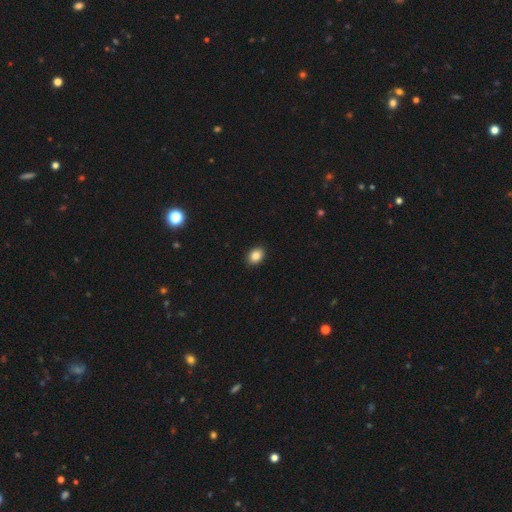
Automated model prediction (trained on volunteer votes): This is clearly a smooth galaxy (86%). How rounded: likely in between (70%). Merging: clearly none (90%).